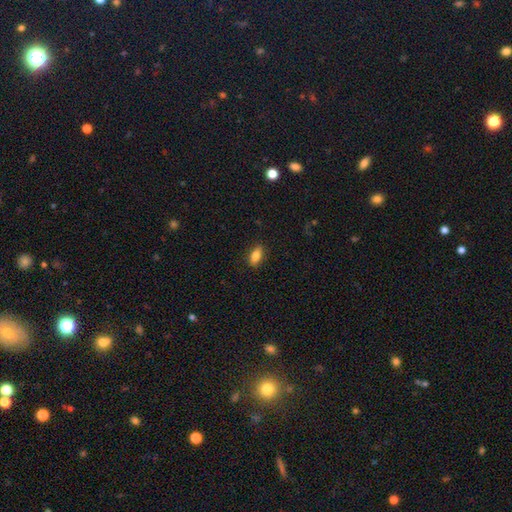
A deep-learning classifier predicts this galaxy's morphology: Smooth or featured? smooth (83%)
How rounded? in between (86%)
Merging? none (87%)